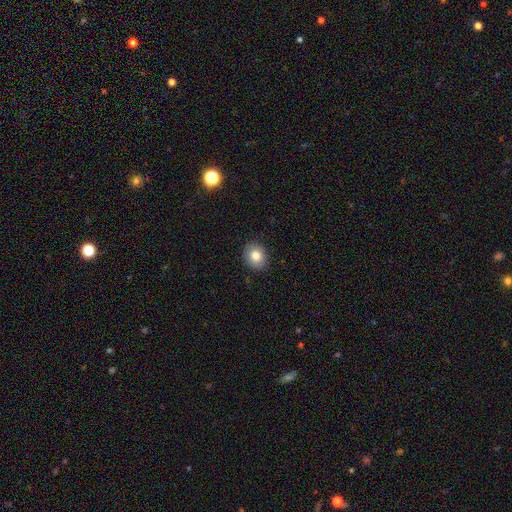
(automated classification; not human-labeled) The model was most divided on "how rounded": round: 57%, in between: 42%, cigar-shaped: 1%. More confident: merging — none (89%); smooth or featured — smooth (82%).